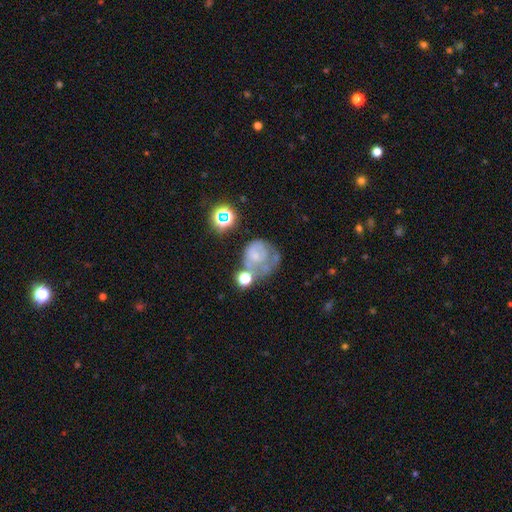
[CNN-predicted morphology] This is possibly a featured or disk galaxy (47%). Merging: marginally major disturbance (32%).